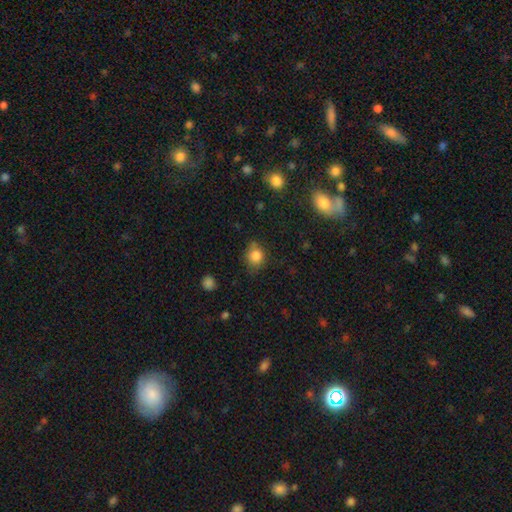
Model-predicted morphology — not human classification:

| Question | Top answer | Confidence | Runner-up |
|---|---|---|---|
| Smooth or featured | smooth | 83% | star or artifact (11%) |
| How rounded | round | 74% | in between (25%) |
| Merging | none | 68% | minor disturbance (23%) |